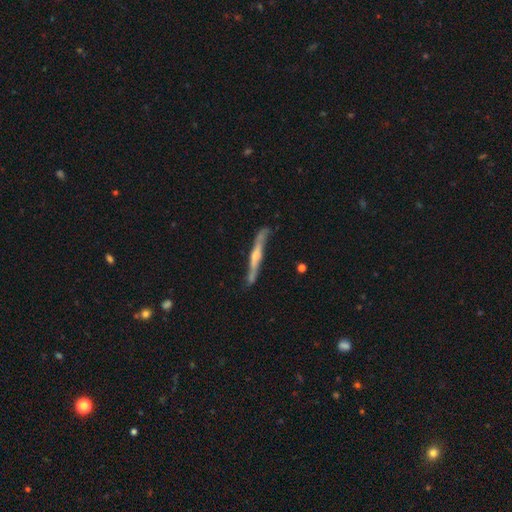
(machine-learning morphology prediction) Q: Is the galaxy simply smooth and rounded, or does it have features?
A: featured or disk — 69%.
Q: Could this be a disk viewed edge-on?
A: yes — 91%.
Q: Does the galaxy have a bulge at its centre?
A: rounded — 59%.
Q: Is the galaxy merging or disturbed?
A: none — 70%.